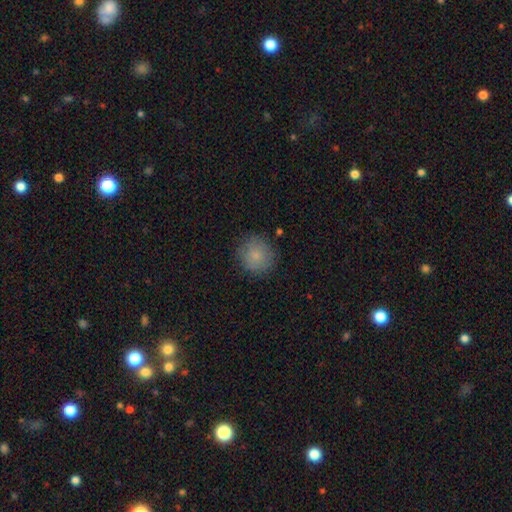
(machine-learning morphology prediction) Smooth or featured: smooth — 83% (star or artifact — 9%)
How rounded: round — 91% (in between — 8%)
Merging: none — 84% (minor disturbance — 12%)